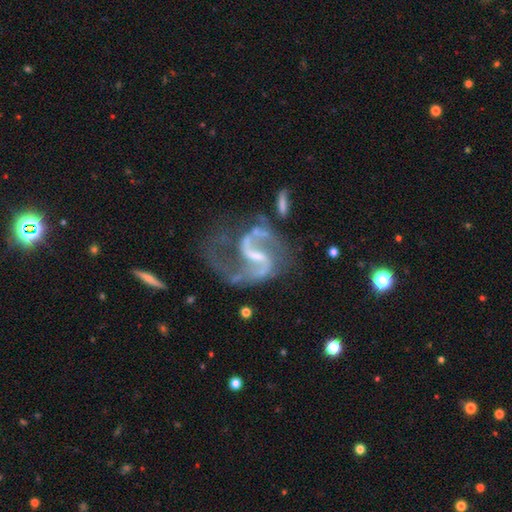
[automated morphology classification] smooth-or-featured: featured or disk: 91% | star or artifact: 5% | smooth: 3%
  disk-edge-on: no: 98% | yes: 2%
    bar: weak: 53% | strong: 31% | no: 16%
    has-spiral-arms: yes: 97% | no: 3%
      spiral-winding: loose: 49% | medium: 44% | tight: 8%
      spiral-arm-count: 2: 90% | 1: 3% | can't tell: 2% | 3: 2% | 4: 1% | more than 4: 1%
    bulge-size: small: 52% | none: 26% | moderate: 19% | large: 2% | dominant: 1%
  merging: none: 47% | major disturbance: 25% | minor disturbance: 20% | merger: 8%